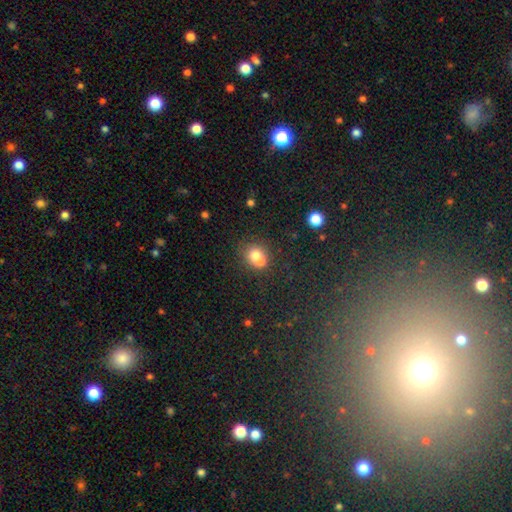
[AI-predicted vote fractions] Q: Smooth or featured?
A: smooth (68%); runner-up: featured or disk (20%)
Q: How rounded?
A: round (74%); runner-up: in between (25%)
Q: Merging?
A: merger (59%); runner-up: none (31%)